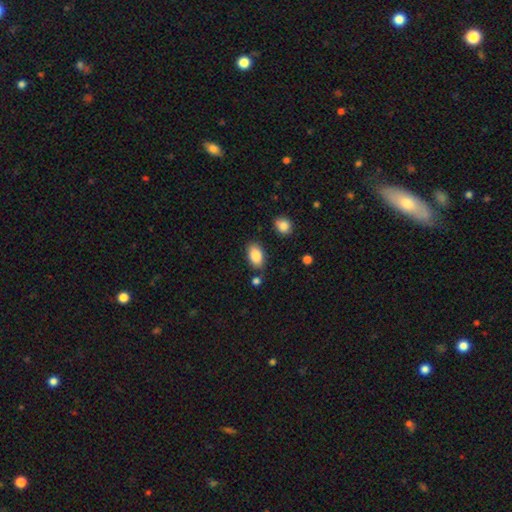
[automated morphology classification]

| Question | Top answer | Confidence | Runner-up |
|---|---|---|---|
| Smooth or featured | smooth | 86% | star or artifact (7%) |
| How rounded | in between | 92% | round (6%) |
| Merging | none | 79% | minor disturbance (13%) |